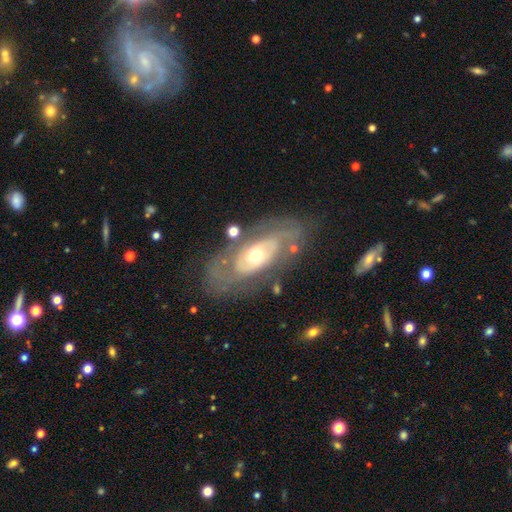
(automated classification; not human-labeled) Smooth or featured: featured or disk — 77% (smooth — 17%)
Edge-on disk: no — 91% (yes — 9%)
Bar: no — 78% (weak — 16%)
Spiral arms: yes — 69% (no — 31%)
Bulge size: moderate — 59% (small — 33%)
Merging: none — 69% (minor disturbance — 17%)